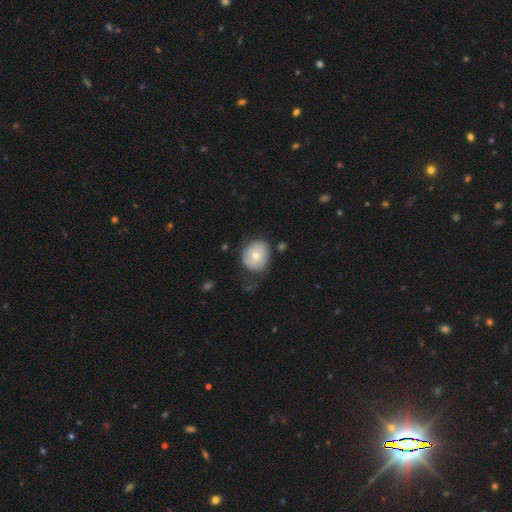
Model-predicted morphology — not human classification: The model was most divided on "merging": none: 65%, minor disturbance: 24%, major disturbance: 8%, merger: 3%. More confident: how rounded — round (71%); smooth or featured — smooth (69%).